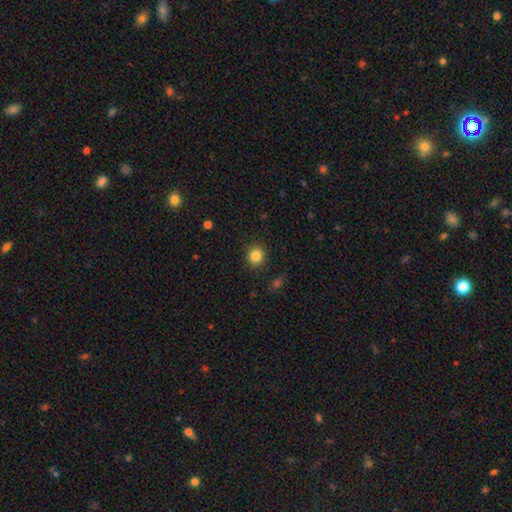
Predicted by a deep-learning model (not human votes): smooth 85%, star or artifact 11%, featured or disk 5%. Down the decision tree: how rounded — round (85%); merging — none (90%).